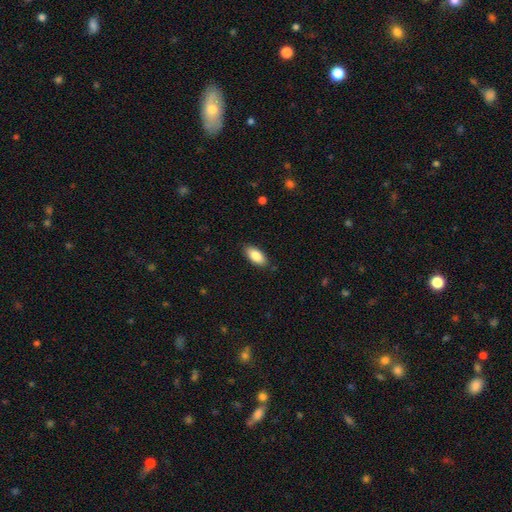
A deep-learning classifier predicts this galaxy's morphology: Smooth or featured?
  - smooth: 85% *
  - featured or disk: 8%
  - star or artifact: 6%
How rounded?
  - in between: 90% *
  - cigar-shaped: 8%
  - round: 2%
Merging?
  - none: 86% *
  - minor disturbance: 11%
  - major disturbance: 2%
  - merger: 1%